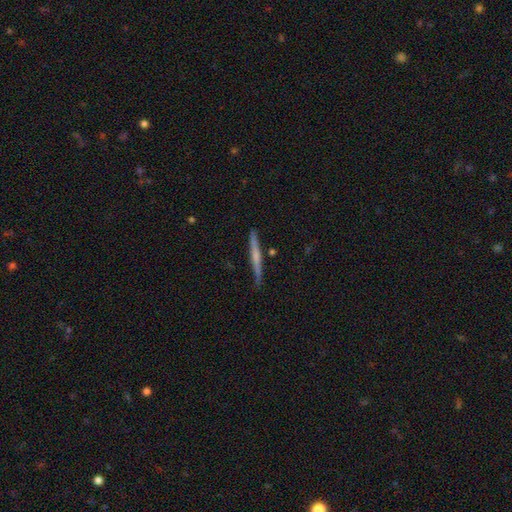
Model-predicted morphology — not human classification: Smooth or featured? featured or disk (56%)
Edge-on disk? yes (97%)
Edge-on bulge? none (54%)
Merging? none (85%)